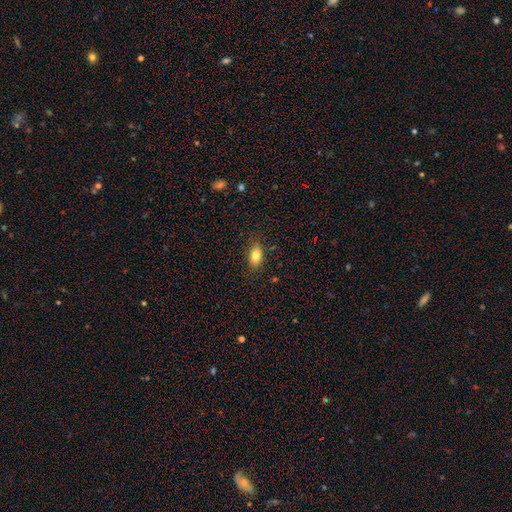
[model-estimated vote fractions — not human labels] Smooth or featured? Predicted: smooth (p=0.81). How rounded? Predicted: in between (p=0.86). Merging? Predicted: none (p=0.85).